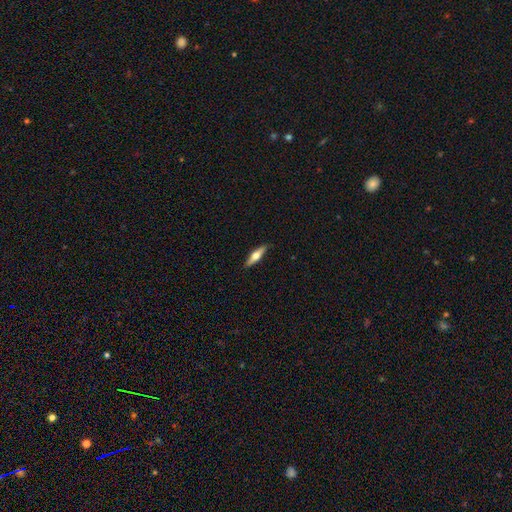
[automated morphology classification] A featured or disk galaxy (53%) viewed edge-on (94%) with a rounded central bulge (94%). Merging: none (89%).